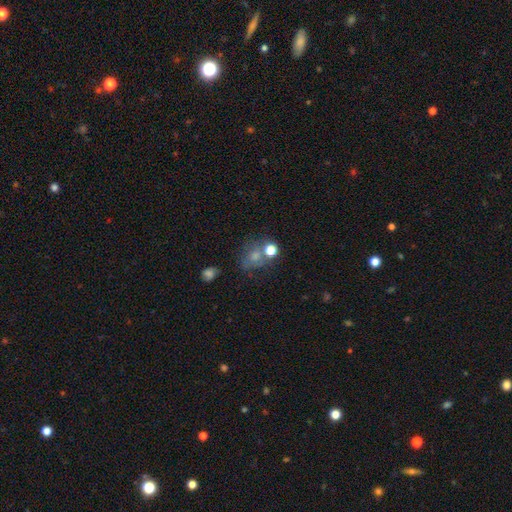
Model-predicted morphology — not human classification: Smooth or featured? smooth (48%)
Merging? none (52%)